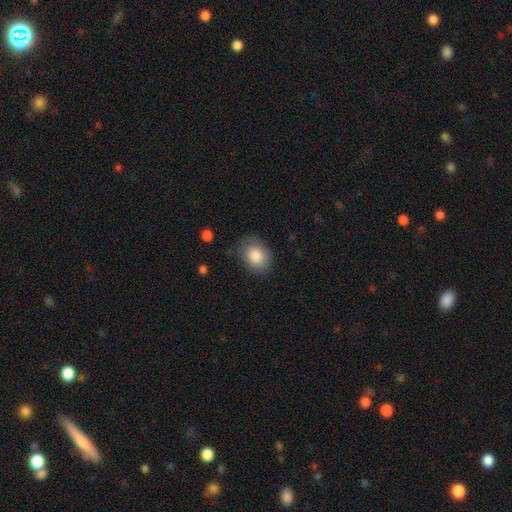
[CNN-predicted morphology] A smooth galaxy with no disk features (86%) that is in between round and cigar-shaped (57%).

Vote fractions:
- Smooth or featured? smooth: 86% / star or artifact: 7% / featured or disk: 7%
- How rounded? in between: 57% / round: 42% / cigar-shaped: 1%
- Merging? none: 70% / minor disturbance: 22% / major disturbance: 6% / merger: 2%